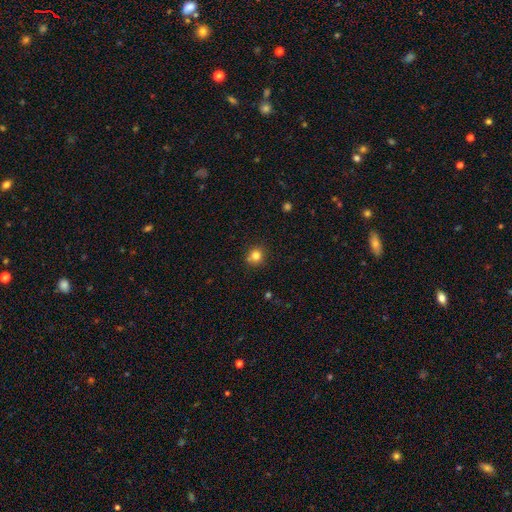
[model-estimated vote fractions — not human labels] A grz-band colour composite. It shows a smooth galaxy with no disk features (81%) that is round (86%). Merging: none (78%).